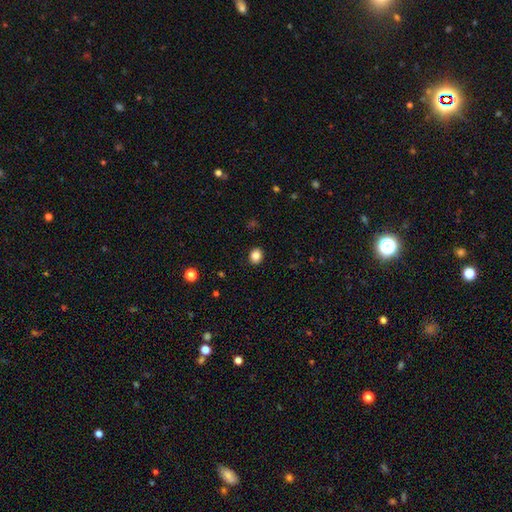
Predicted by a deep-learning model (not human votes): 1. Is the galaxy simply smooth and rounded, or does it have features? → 86% smooth, 10% star or artifact, 4% featured or disk.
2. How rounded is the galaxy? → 55% round, 44% in between, 1% cigar-shaped.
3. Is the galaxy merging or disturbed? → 90% none, 7% minor disturbance, 2% major disturbance, 1% merger.